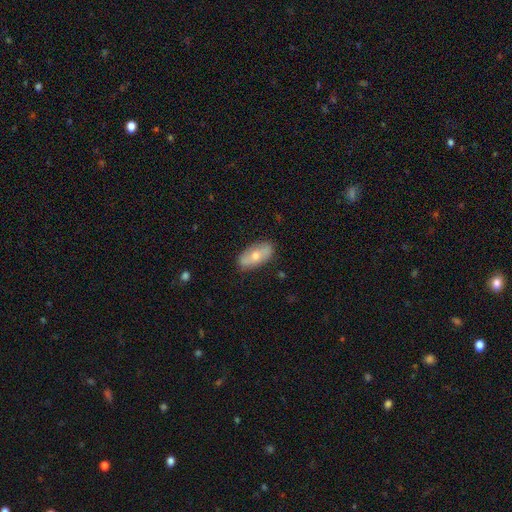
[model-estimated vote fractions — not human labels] smooth-or-featured: smooth: 51% | featured or disk: 42% | star or artifact: 7%
  how-rounded: in between: 85% | cigar-shaped: 11% | round: 4%
  merging: none: 84% | minor disturbance: 12% | major disturbance: 3% | merger: 1%